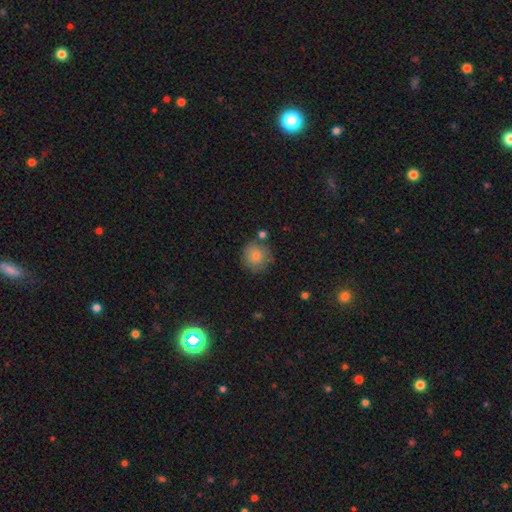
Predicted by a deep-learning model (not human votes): Smooth or featured?
  - smooth: 82% *
  - featured or disk: 10%
  - star or artifact: 8%
How rounded?
  - round: 89% *
  - in between: 10%
  - cigar-shaped: 1%
Merging?
  - none: 72% *
  - minor disturbance: 16%
  - merger: 7%
  - major disturbance: 5%